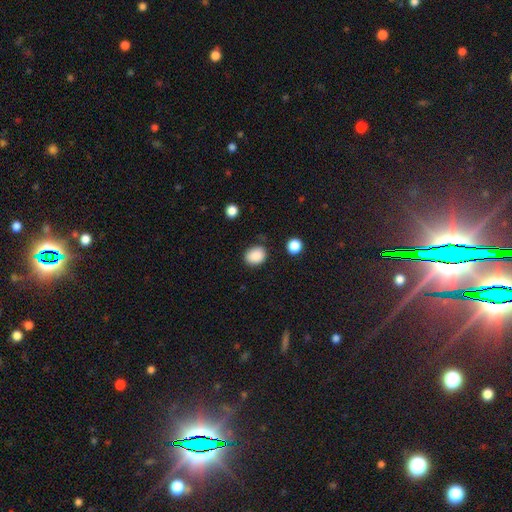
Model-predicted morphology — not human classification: Smooth or featured? smooth (88%)
How rounded? round (50%)
Merging? none (79%)